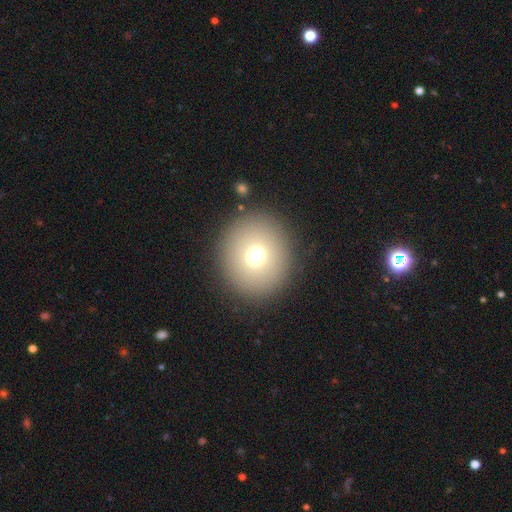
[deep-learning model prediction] Smooth or featured? smooth (71%)
How rounded? round (84%)
Merging? none (90%)